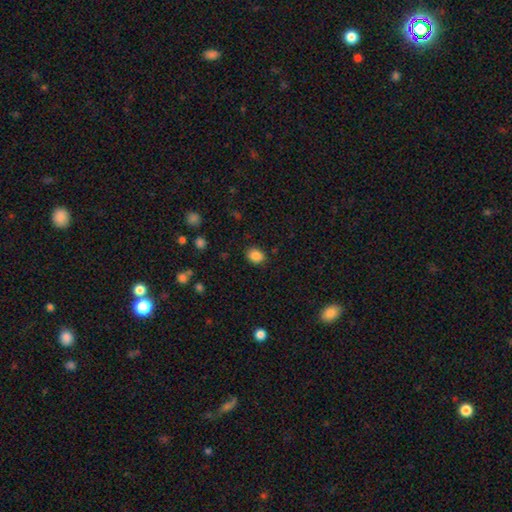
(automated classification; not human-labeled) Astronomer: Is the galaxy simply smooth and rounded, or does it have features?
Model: smooth — 86%.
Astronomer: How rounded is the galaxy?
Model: in between — 50% (runner-up: round, 49%).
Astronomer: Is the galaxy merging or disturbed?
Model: none — 87%.